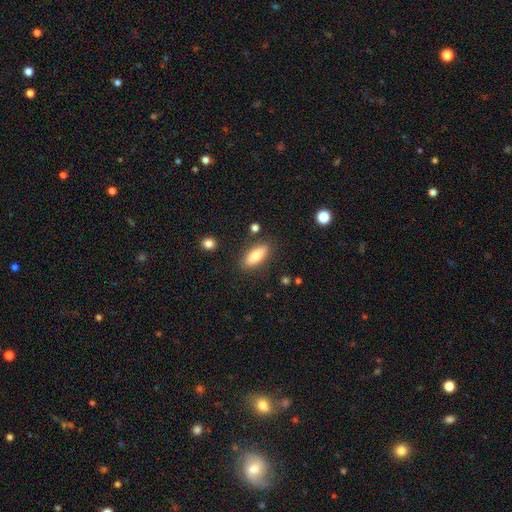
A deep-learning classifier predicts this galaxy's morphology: Smooth or featured?
  - smooth: 78% *
  - featured or disk: 15%
  - star or artifact: 7%
How rounded?
  - in between: 72% *
  - cigar-shaped: 25%
  - round: 3%
Merging?
  - none: 84% *
  - minor disturbance: 11%
  - major disturbance: 3%
  - merger: 3%